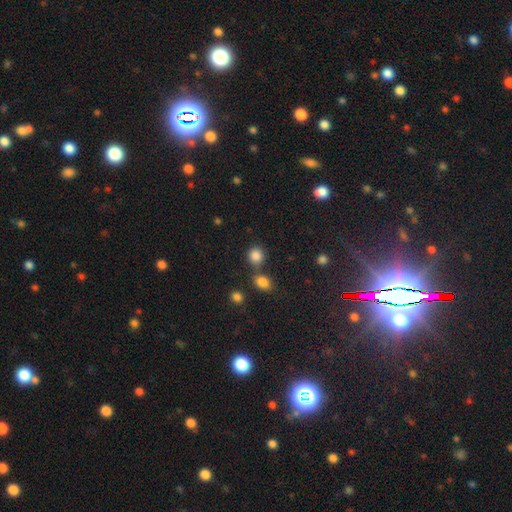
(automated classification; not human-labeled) smooth-or-featured: smooth: 85% | star or artifact: 11% | featured or disk: 4%
  how-rounded: round: 82% | in between: 17% | cigar-shaped: 1%
  merging: none: 70% | merger: 17% | minor disturbance: 9% | major disturbance: 3%